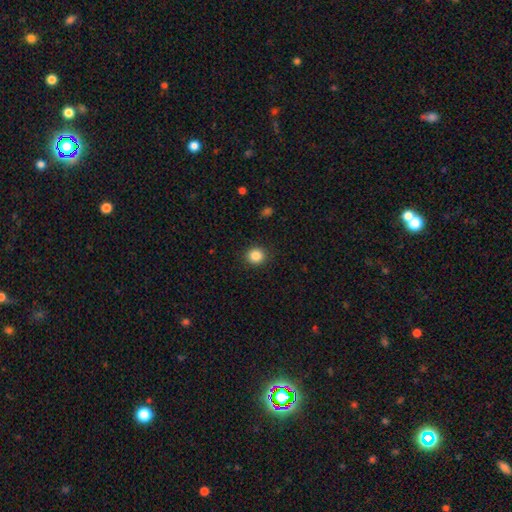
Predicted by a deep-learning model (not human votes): A smooth galaxy with no disk features (86%) that is round (87%).

Vote fractions:
- Smooth or featured? smooth: 86% / star or artifact: 10% / featured or disk: 4%
- How rounded? round: 87% / in between: 12% / cigar-shaped: 1%
- Merging? none: 91% / minor disturbance: 6% / major disturbance: 2% / merger: 1%